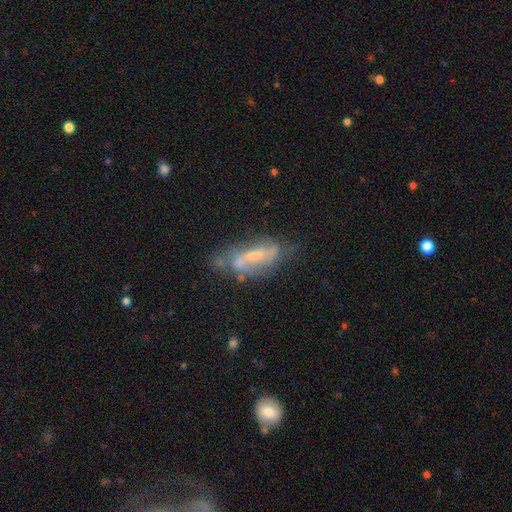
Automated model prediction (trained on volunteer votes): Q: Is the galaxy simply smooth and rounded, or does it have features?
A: featured or disk — 66%.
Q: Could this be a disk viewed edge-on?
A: no — 84%.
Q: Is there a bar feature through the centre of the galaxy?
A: weak — 40%.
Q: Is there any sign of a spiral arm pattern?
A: yes — 68%.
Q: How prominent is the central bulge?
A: small — 47%.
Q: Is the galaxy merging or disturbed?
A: none — 48%.